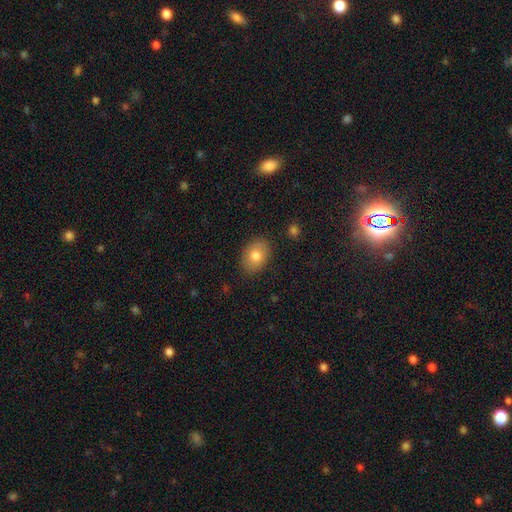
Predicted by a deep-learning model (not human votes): Q: Smooth or featured?
A: smooth (79%); runner-up: featured or disk (14%)
Q: How rounded?
A: in between (74%); runner-up: round (25%)
Q: Merging?
A: none (87%); runner-up: minor disturbance (10%)